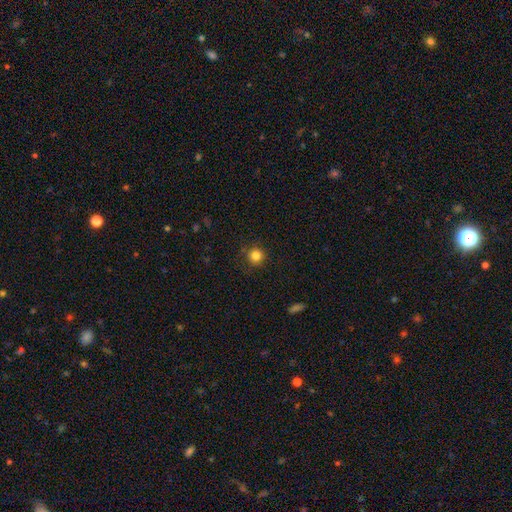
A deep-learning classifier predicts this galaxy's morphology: Overall: smooth (82%). How rounded: round (95%). Merging: none (86%).